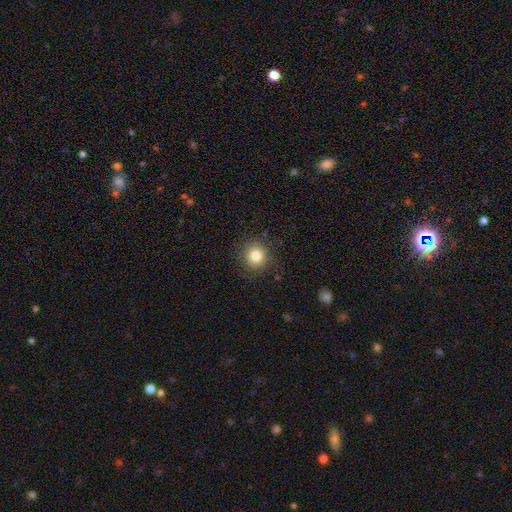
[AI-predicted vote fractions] smooth-or-featured: smooth: 81% | star or artifact: 12% | featured or disk: 7%
  how-rounded: round: 88% | in between: 11% | cigar-shaped: 1%
  merging: none: 86% | minor disturbance: 10% | major disturbance: 3% | merger: 1%